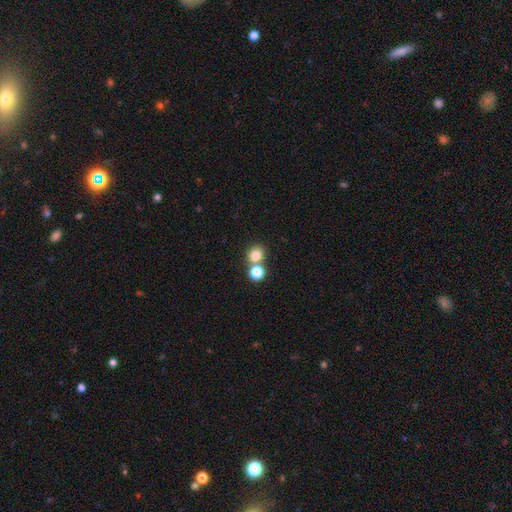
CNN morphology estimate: Smooth or featured: smooth — 78% (star or artifact — 15%)
How rounded: round — 80% (in between — 19%)
Merging: none — 60% (merger — 31%)